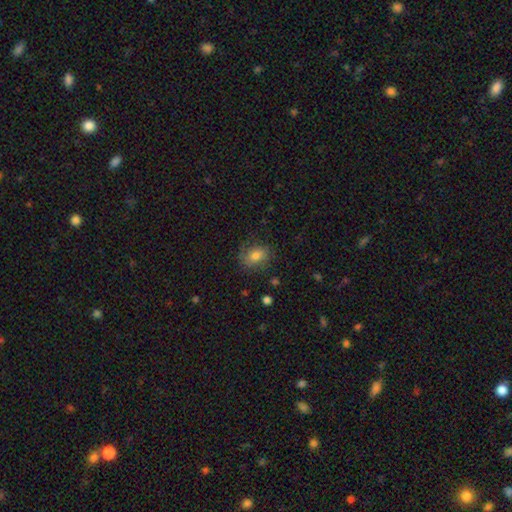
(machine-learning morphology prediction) smooth 76%, featured or disk 14%, star or artifact 10%. Down the decision tree: how rounded — in between (61%); merging — none (75%).